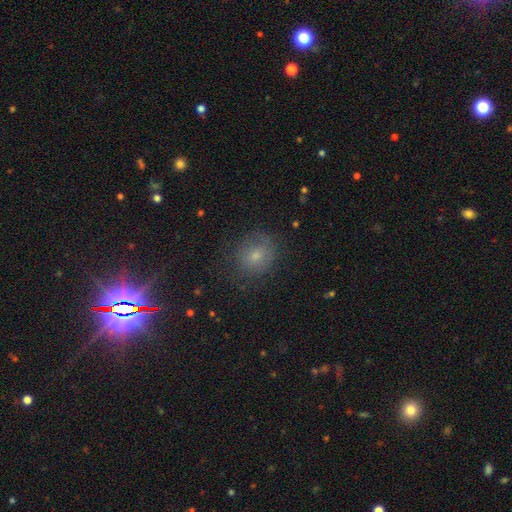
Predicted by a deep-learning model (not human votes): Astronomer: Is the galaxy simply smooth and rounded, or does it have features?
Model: smooth — 67%.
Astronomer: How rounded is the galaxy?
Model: round — 73%.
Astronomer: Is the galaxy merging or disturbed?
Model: none — 76%.